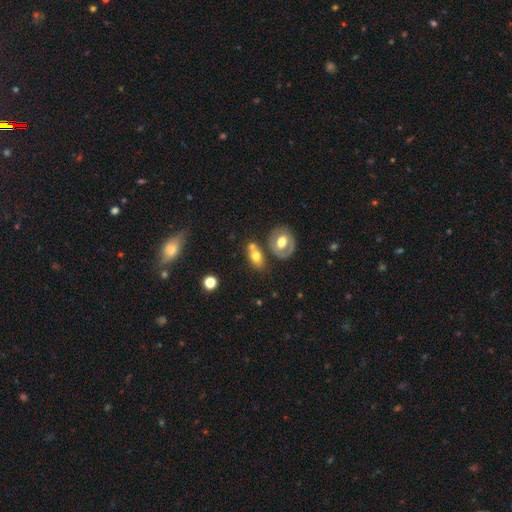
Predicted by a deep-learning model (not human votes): Smooth or featured? Predicted: smooth (p=0.65). How rounded? Predicted: in between (p=0.74). Merging? Predicted: none (p=0.51).